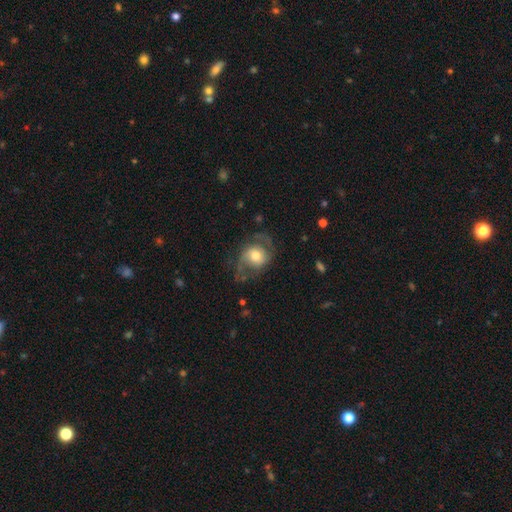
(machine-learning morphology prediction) featured or disk 64%, smooth 28%, star or artifact 7%. Down the decision tree: edge-on disk — no (97%); bar — no (66%); spiral arms — yes (85%); spiral arm count — 2 (86%); spiral winding — medium (46%); bulge size — moderate (61%); merging — none (60%).